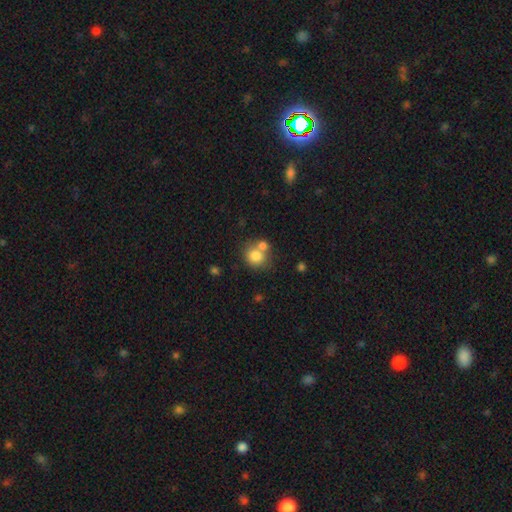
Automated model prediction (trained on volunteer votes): A smooth galaxy with no disk features (80%) that is round (79%). Merging: none (48%).